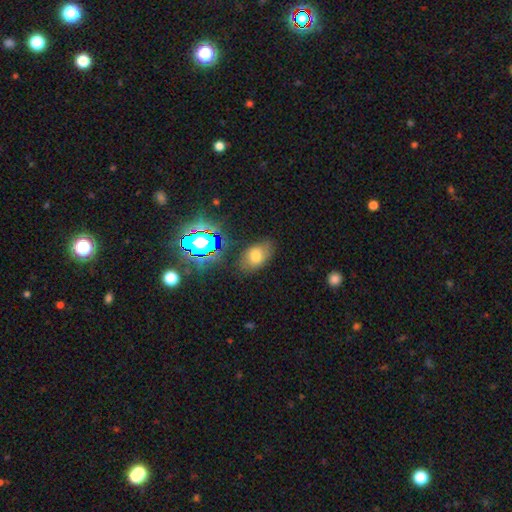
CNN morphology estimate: Smooth or featured: smooth — 67% (star or artifact — 17%)
How rounded: in between — 86% (round — 13%)
Merging: none — 77% (minor disturbance — 16%)